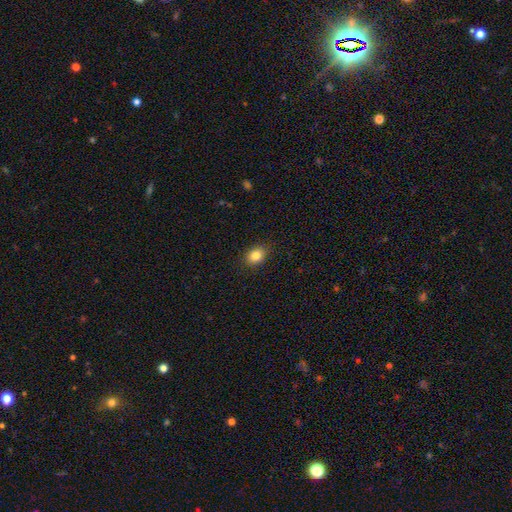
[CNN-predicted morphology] smooth 84%, star or artifact 10%, featured or disk 6%. Down the decision tree: how rounded — in between (63%); merging — none (88%).